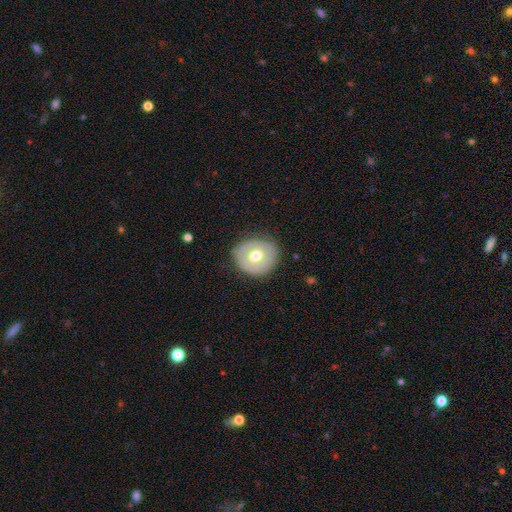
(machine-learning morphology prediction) Smooth or featured? smooth (53%)
How rounded? round (81%)
Merging? none (82%)